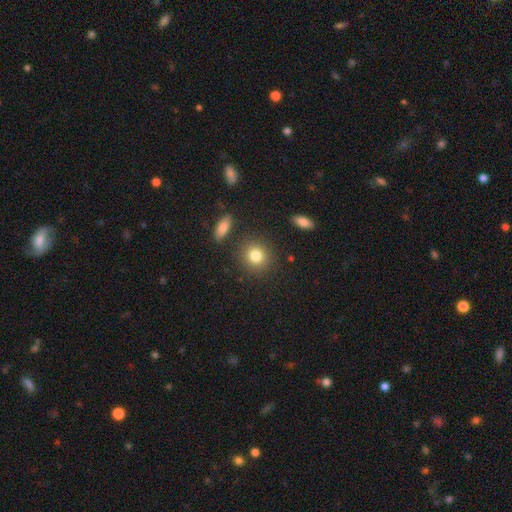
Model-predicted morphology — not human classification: A smooth galaxy with no disk features (82%) that is round (82%). Merging: none (86%).